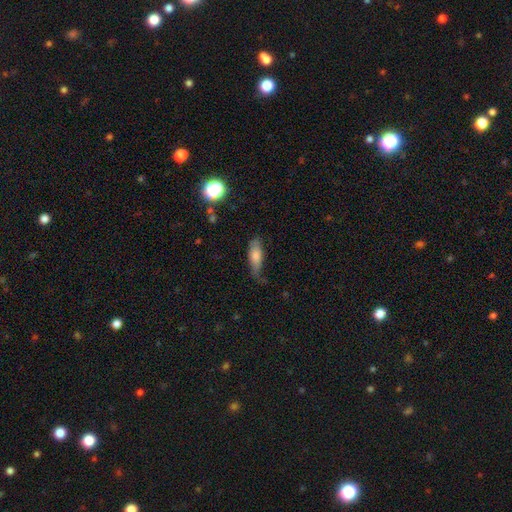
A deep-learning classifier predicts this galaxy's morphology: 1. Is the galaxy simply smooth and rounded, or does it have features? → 73% smooth, 20% featured or disk, 7% star or artifact.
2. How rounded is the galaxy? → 64% in between, 33% cigar-shaped, 3% round.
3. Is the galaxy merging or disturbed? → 45% none, 38% minor disturbance, 14% major disturbance, 3% merger.